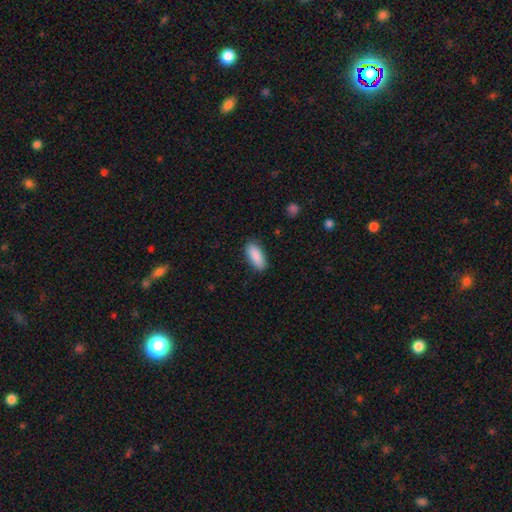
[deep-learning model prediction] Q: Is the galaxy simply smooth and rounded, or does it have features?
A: smooth — 90%.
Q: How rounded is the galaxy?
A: in between — 79%.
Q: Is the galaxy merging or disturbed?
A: none — 88%.